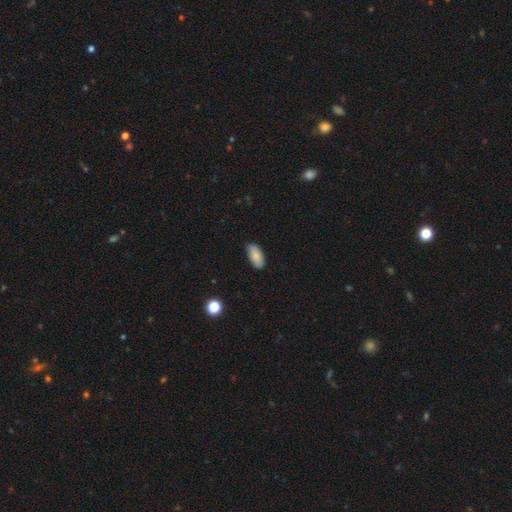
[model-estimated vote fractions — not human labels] Overall: smooth (84%). How rounded: in between (93%). Merging: none (82%).